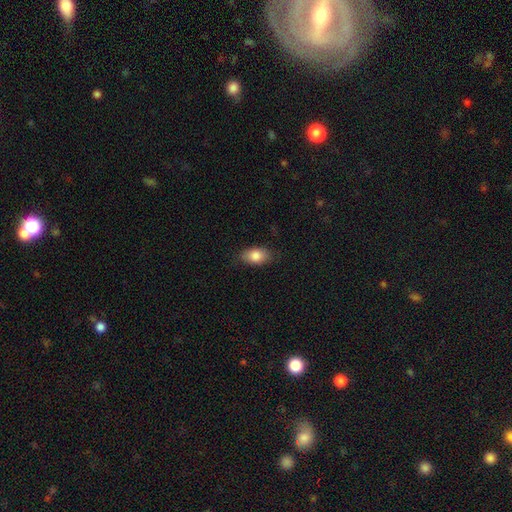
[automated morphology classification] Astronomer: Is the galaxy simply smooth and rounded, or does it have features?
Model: smooth — 84%.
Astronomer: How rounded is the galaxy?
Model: in between — 90%.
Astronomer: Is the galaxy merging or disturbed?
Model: none — 82%.